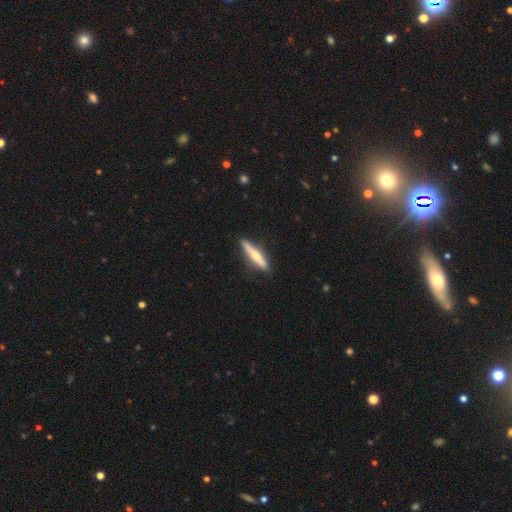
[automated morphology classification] This is possibly a featured or disk galaxy (50%). It is clearly viewed edge-on (95%). Merging: clearly none (88%).